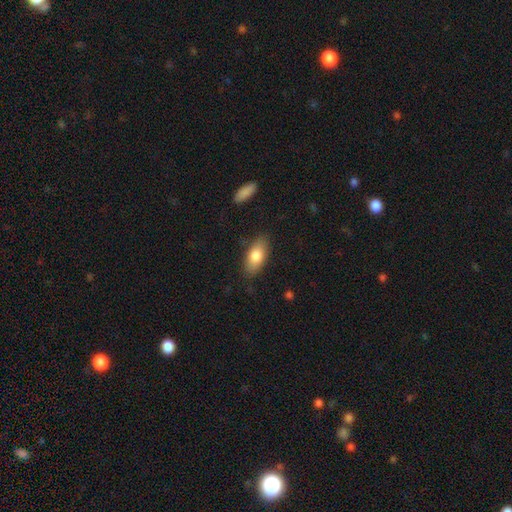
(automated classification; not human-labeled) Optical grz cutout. It shows a smooth galaxy with no disk features (80%) that is in between round and cigar-shaped (88%). Merging: none (84%).